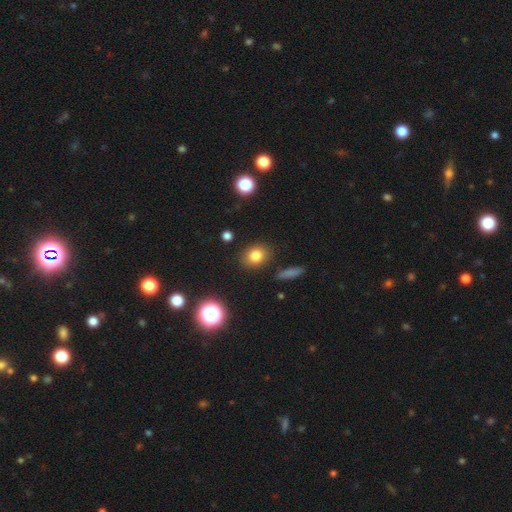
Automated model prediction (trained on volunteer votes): A smooth galaxy with no disk features (80%) that is round (54%). Merging: none (86%).